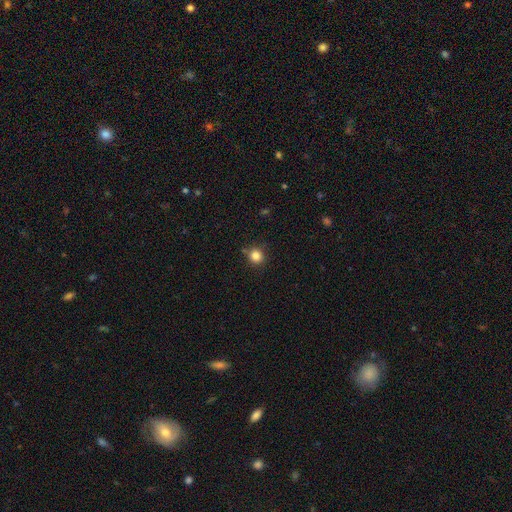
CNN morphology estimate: This is clearly a smooth galaxy (83%). How rounded: clearly round (91%). Merging: clearly none (81%).